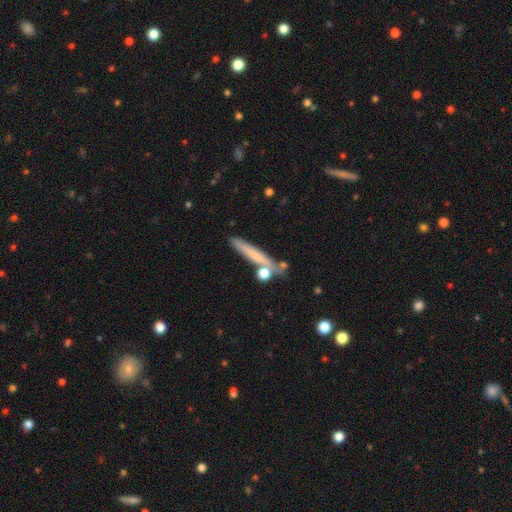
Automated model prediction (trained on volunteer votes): A smooth galaxy with no disk features (59%) that is cigar-shaped (92%). Merging: none (73%).